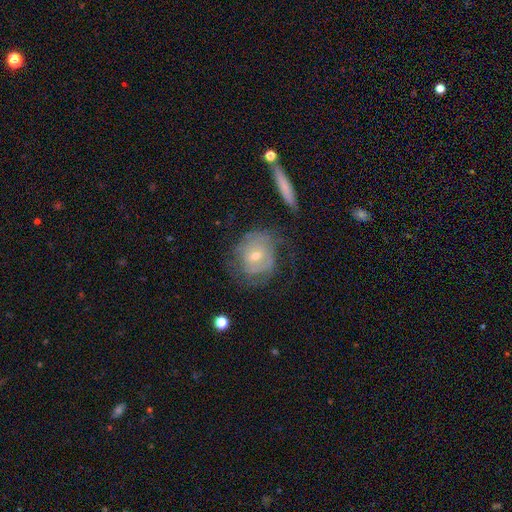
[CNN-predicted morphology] featured or disk 62%, smooth 30%, star or artifact 8%. Down the decision tree: edge-on disk — no (95%); bar — no (63%); spiral arms — yes (70%); bulge size — small (52%); merging — none (53%).